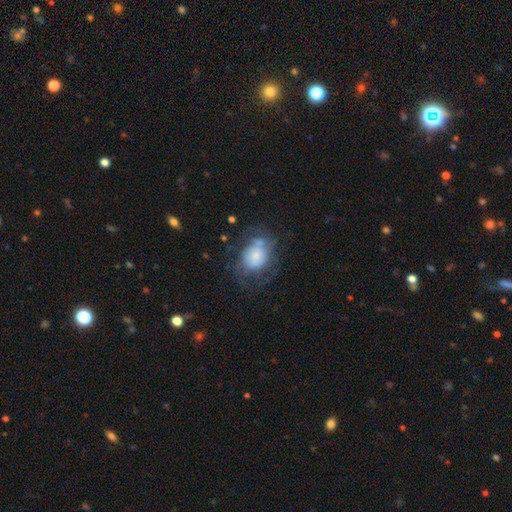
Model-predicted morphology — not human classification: A smooth galaxy with no disk features (53%) that is in between round and cigar-shaped (59%).

Vote fractions:
- Smooth or featured? smooth: 53% / featured or disk: 38% / star or artifact: 9%
- How rounded? in between: 59% / round: 40% / cigar-shaped: 1%
- Merging? none: 44% / minor disturbance: 26% / major disturbance: 25% / merger: 6%